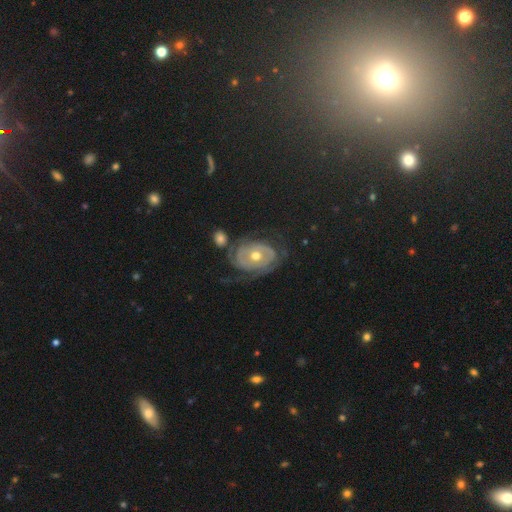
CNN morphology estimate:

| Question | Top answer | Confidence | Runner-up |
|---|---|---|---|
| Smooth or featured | featured or disk | 79% | smooth (12%) |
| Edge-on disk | no | 96% | yes (4%) |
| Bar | no | 80% | weak (15%) |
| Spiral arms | yes | 84% | no (16%) |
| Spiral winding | tight | 67% | medium (22%) |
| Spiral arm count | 2 | 37% | can't tell (34%) |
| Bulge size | moderate | 75% | small (20%) |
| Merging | none | 56% | minor disturbance (22%) |